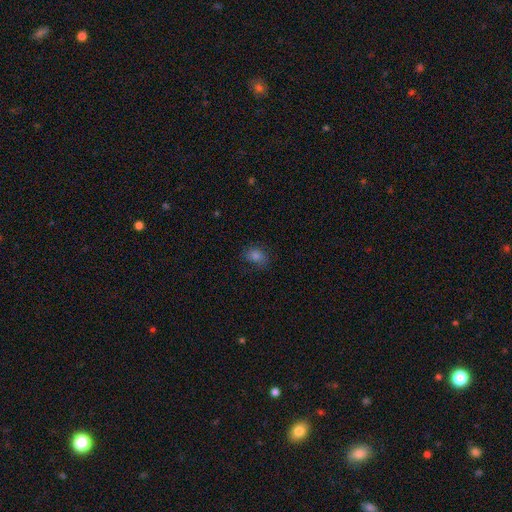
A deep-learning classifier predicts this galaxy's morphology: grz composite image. It shows a smooth galaxy with no disk features (74%) that is in between round and cigar-shaped (53%). Merging: none (69%).